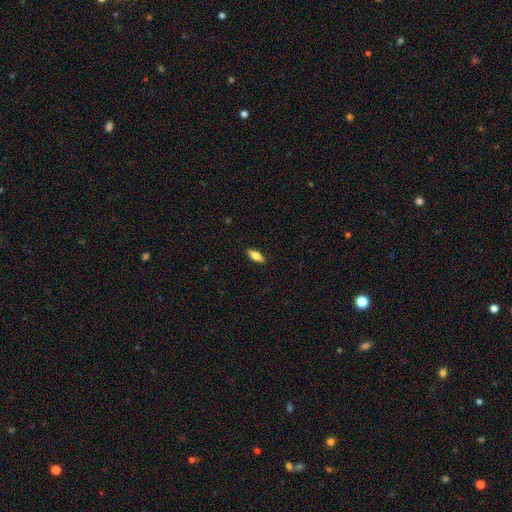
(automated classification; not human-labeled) The model was most divided on "how rounded": in between: 67%, cigar-shaped: 30%, round: 3%. More confident: merging — none (89%); smooth or featured — smooth (68%).